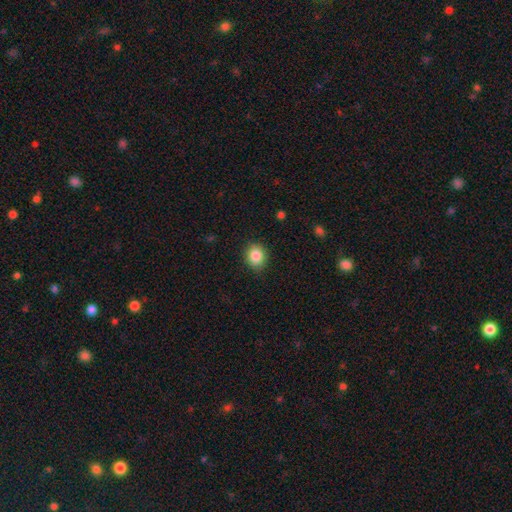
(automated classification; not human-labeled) The model was most divided on "how rounded": round: 69%, in between: 30%, cigar-shaped: 1%. More confident: merging — none (87%); smooth or featured — smooth (85%).